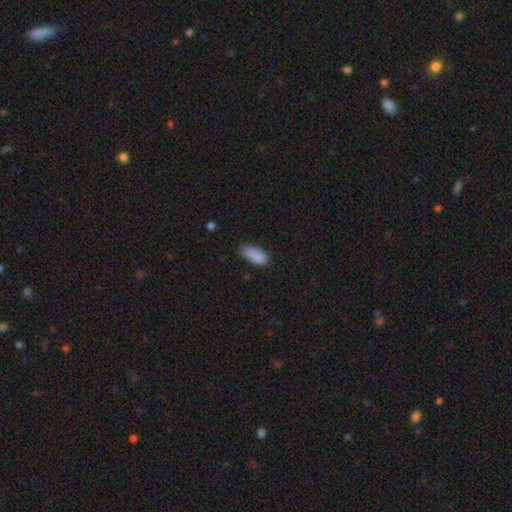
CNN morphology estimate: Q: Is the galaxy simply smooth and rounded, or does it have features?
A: smooth — 86%.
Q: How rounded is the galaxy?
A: in between — 82%.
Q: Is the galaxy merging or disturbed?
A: none — 65%.